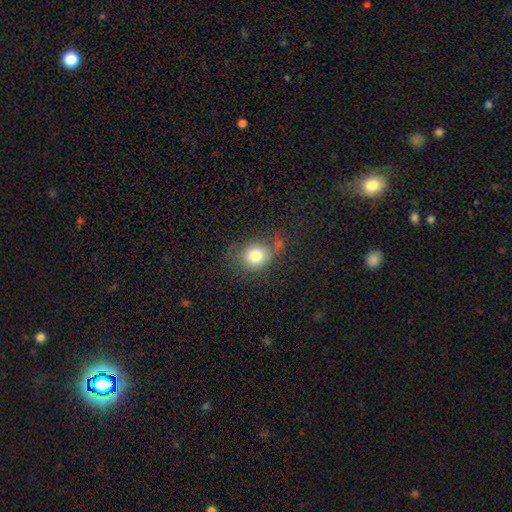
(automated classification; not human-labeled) Smooth or featured: smooth — 79% (star or artifact — 11%)
How rounded: round — 72% (in between — 27%)
Merging: none — 60% (minor disturbance — 21%)